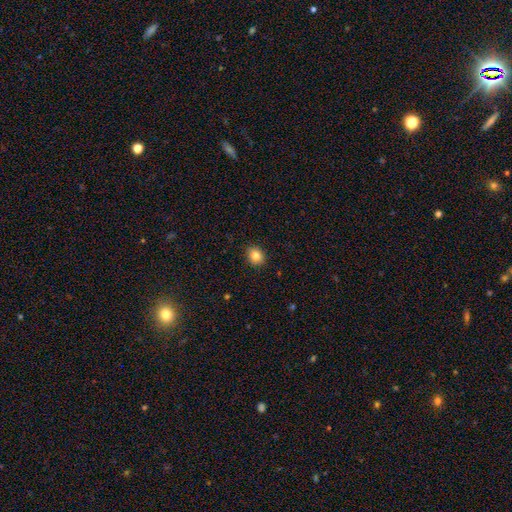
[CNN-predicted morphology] A smooth galaxy with no disk features (83%) that is round (52%). Merging: none (90%).